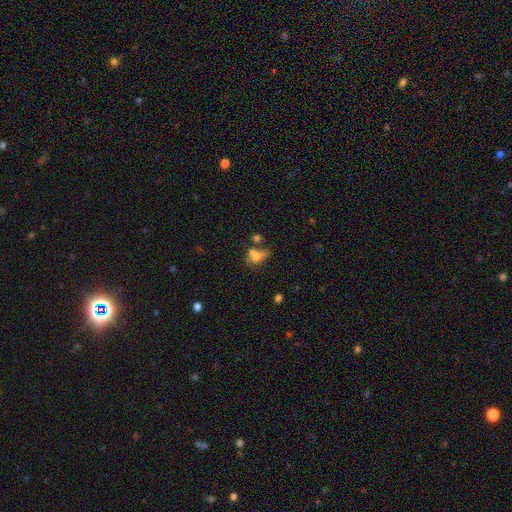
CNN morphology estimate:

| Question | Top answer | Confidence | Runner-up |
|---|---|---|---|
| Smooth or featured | smooth | 65% | featured or disk (21%) |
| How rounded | in between | 73% | round (22%) |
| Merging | none | 29% | tied: merger (29%) |